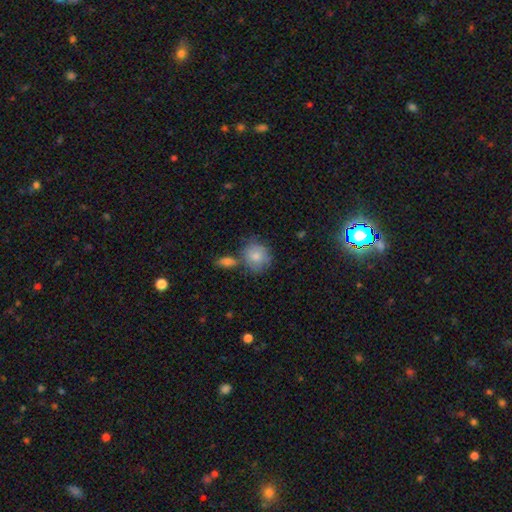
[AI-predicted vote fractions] smooth_or_featured: smooth (p=0.80) [alt: featured or disk p=0.13]
how_rounded: round (p=0.81) [alt: in between p=0.18]
merging: none (p=0.58) [alt: merger p=0.20]